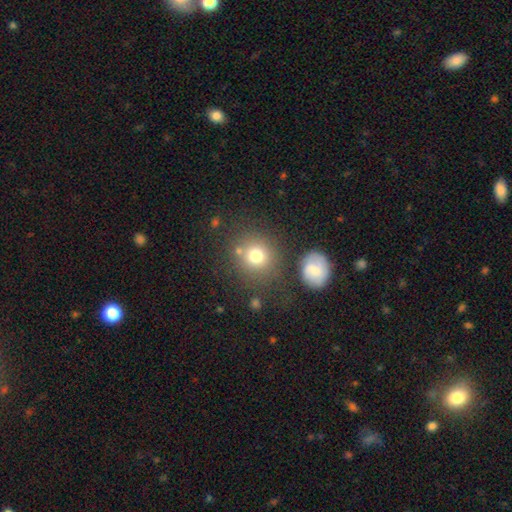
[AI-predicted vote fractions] Smooth or featured?
  - smooth: 76% *
  - star or artifact: 13%
  - featured or disk: 11%
How rounded?
  - round: 87% *
  - in between: 12%
  - cigar-shaped: 1%
Merging?
  - none: 72% *
  - minor disturbance: 12%
  - merger: 11%
  - major disturbance: 5%